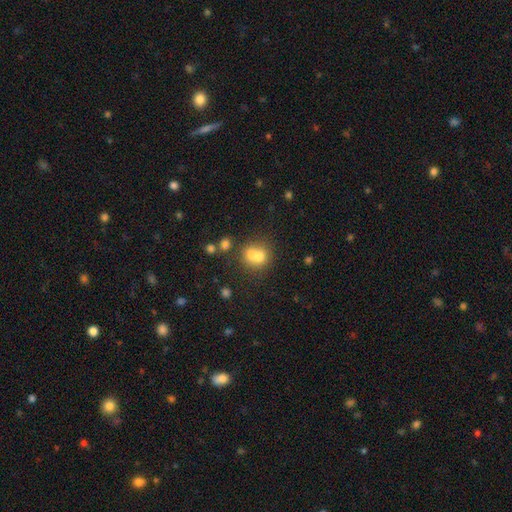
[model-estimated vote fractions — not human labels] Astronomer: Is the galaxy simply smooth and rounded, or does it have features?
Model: smooth — 69%.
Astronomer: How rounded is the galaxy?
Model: round — 75%.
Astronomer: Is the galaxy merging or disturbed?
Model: merger — 58%.